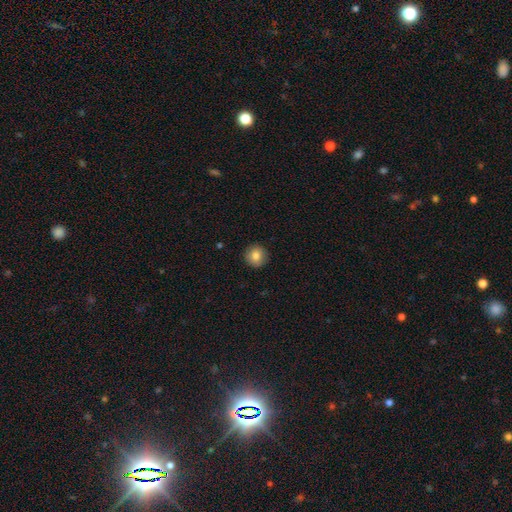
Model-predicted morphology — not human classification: smooth_or_featured: smooth (p=0.82) [alt: star or artifact p=0.09]
how_rounded: round (p=0.95) [alt: in between p=0.04]
merging: none (p=0.92) [alt: minor disturbance p=0.06]